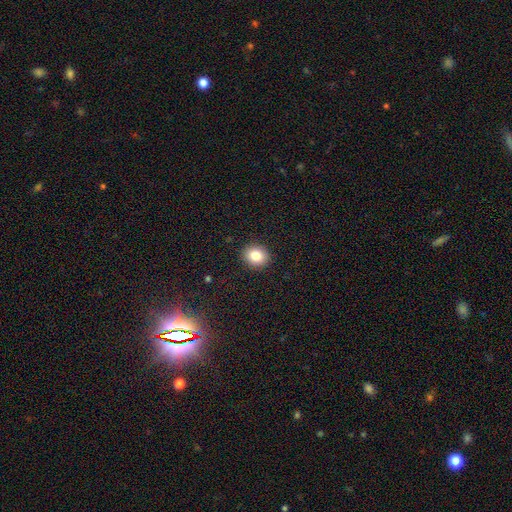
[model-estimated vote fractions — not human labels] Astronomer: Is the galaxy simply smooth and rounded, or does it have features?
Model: smooth — 83%.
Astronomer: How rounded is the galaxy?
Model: round — 71%.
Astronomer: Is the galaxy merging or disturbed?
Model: none — 91%.